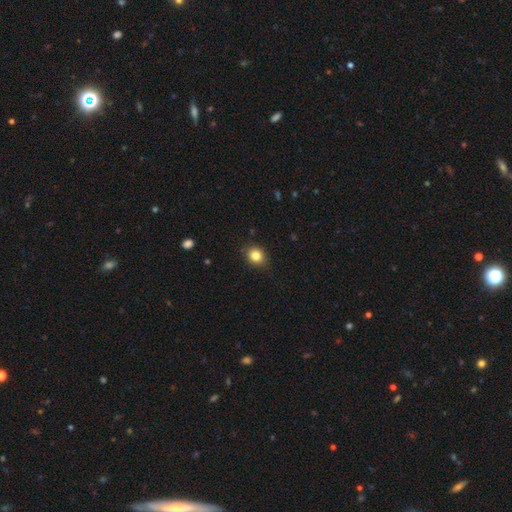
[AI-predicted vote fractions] A smooth galaxy with no disk features (83%) that is round (68%). Merging: none (86%).